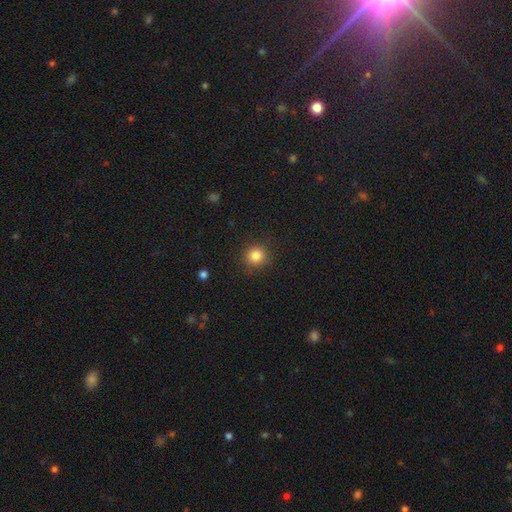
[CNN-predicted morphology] type=smooth (84%); roundness=round (93%); merging=none (88%).